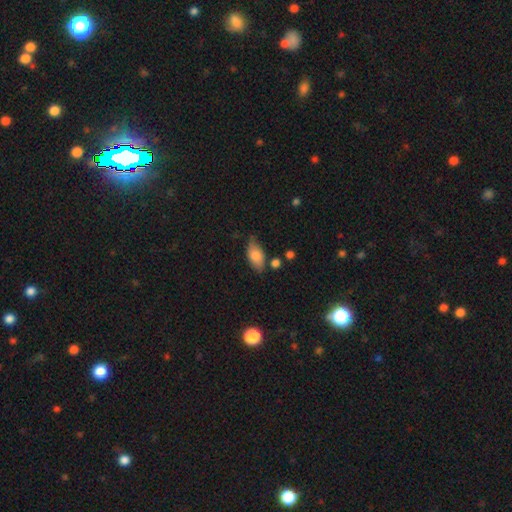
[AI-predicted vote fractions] Overall: smooth (78%). How rounded: in between (90%). Merging: none (64%; minor disturbance 26%).